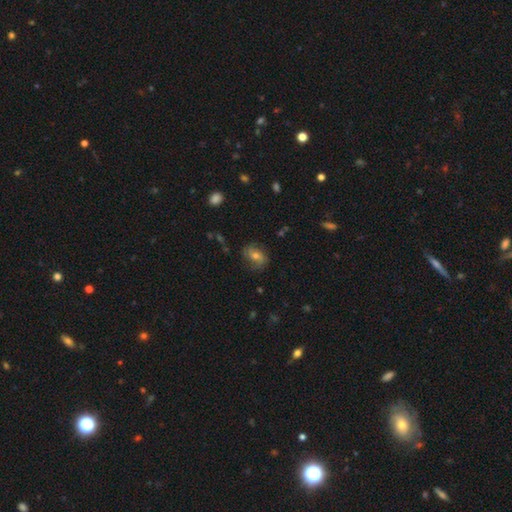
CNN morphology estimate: Smooth or featured?
  - smooth: 43% * (tied)
  - featured or disk: 43% * (tied)
  - star or artifact: 13%
Merging?
  - none: 69% *
  - minor disturbance: 21%
  - major disturbance: 8%
  - merger: 2%